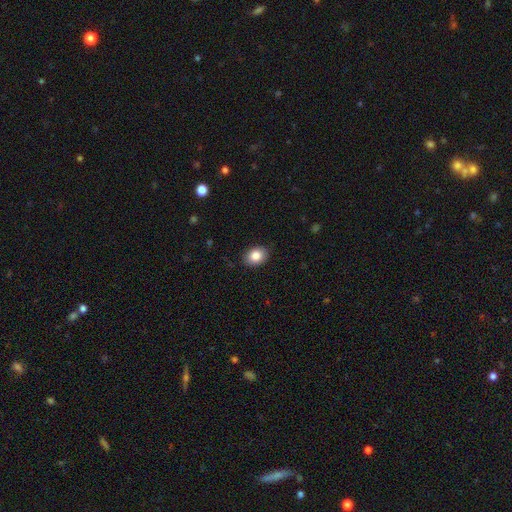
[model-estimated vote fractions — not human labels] smooth-or-featured: smooth: 85% | star or artifact: 8% | featured or disk: 7%
  how-rounded: in between: 69% | round: 30% | cigar-shaped: 1%
  merging: none: 88% | minor disturbance: 9% | major disturbance: 2% | merger: 1%